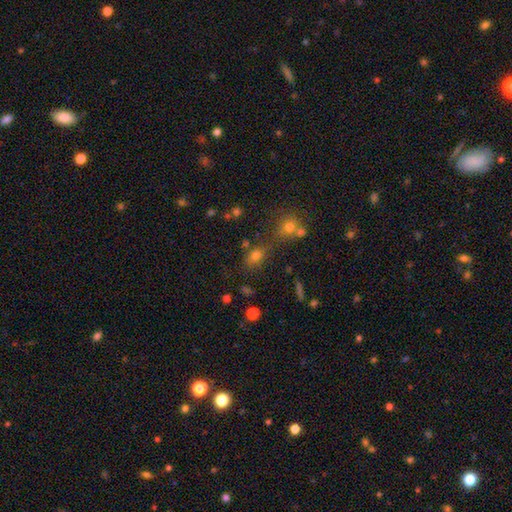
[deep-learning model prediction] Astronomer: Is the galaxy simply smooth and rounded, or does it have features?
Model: smooth — 71%.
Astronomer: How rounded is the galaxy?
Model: in between — 68%.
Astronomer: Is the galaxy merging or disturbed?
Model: none — 56%.